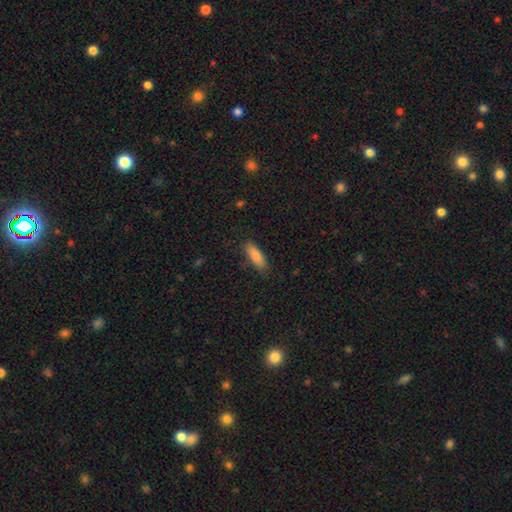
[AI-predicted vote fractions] Smooth or featured? smooth (85%)
How rounded? in between (57%)
Merging? none (83%)